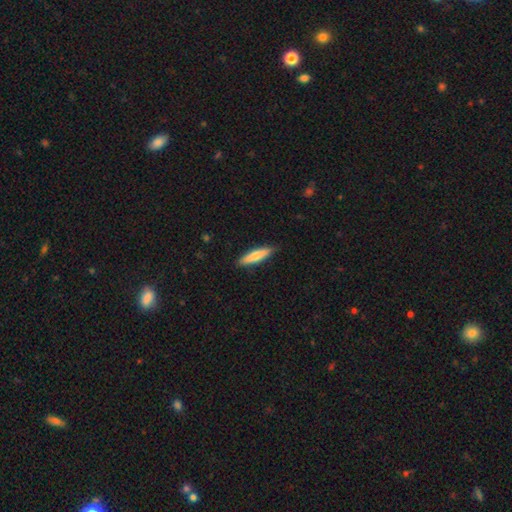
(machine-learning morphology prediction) A smooth galaxy with no disk features (72%) that is cigar-shaped (79%). Merging: none (89%).